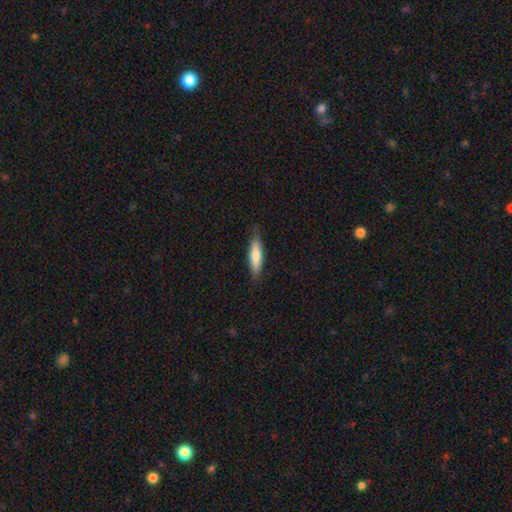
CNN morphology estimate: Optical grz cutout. It shows a smooth galaxy with no disk features (72%) that is cigar-shaped (71%). Merging: none (82%).